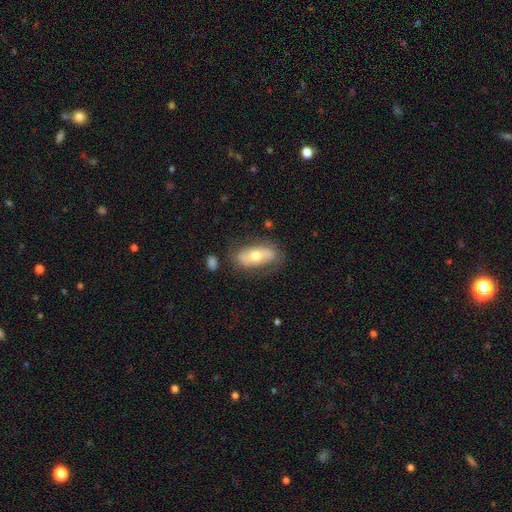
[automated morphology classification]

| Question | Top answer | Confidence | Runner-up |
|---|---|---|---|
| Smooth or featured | featured or disk | 49% | smooth (44%) |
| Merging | none | 73% | minor disturbance (17%) |